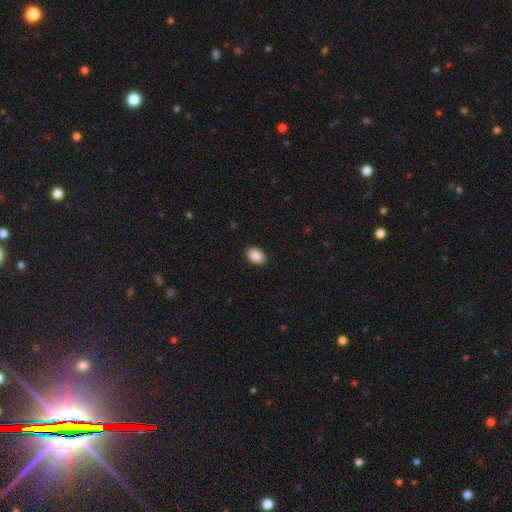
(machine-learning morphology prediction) This appears to be a smooth galaxy with no disk features (90%) that is in between round and cigar-shaped (84%). Merging: none (89%).